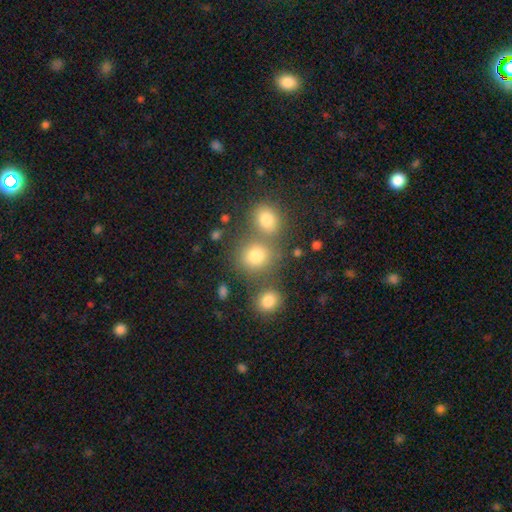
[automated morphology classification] This appears to be a smooth galaxy with no disk features (77%) that is round (76%). Merging: none (54%).